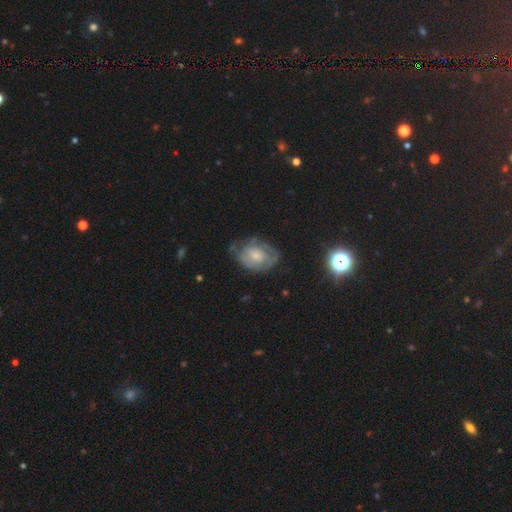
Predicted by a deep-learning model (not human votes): A featured or disk galaxy (62%) with no bar (75%), spiral arms (70%) and a small central bulge (53%). Merging: none (55%).